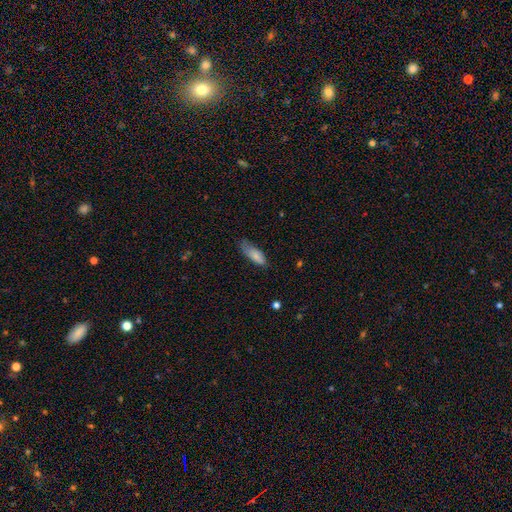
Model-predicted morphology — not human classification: A smooth galaxy with no disk features (80%) that is in between round and cigar-shaped (66%). Merging: none (47%).